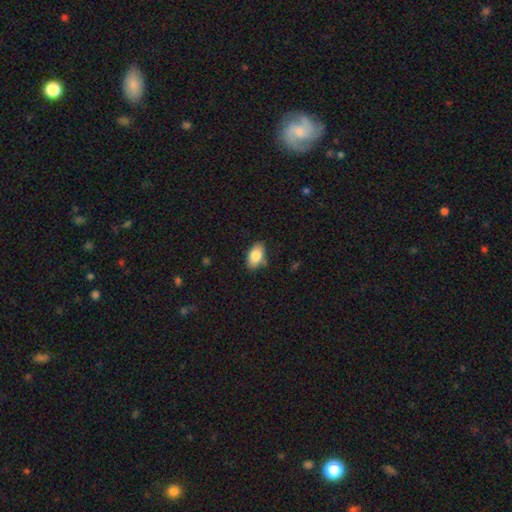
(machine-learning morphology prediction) Q: Smooth or featured?
A: smooth (83%); runner-up: featured or disk (10%)
Q: How rounded?
A: in between (92%); runner-up: round (6%)
Q: Merging?
A: none (79%); runner-up: minor disturbance (16%)